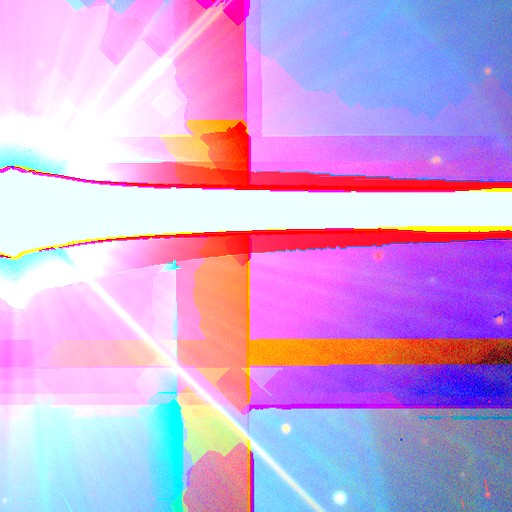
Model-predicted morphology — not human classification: type=star or artifact (74%).